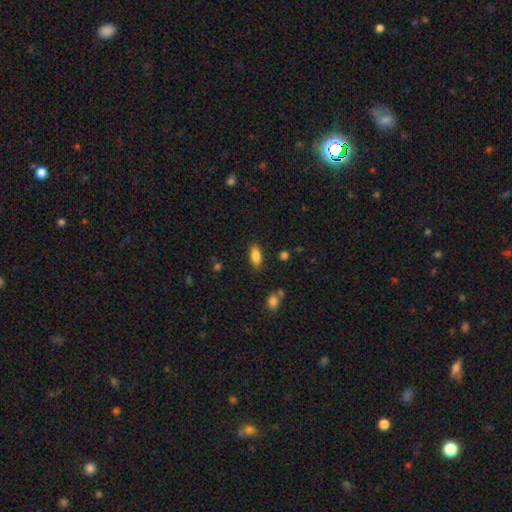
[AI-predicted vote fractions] smooth_or_featured: smooth (p=0.82) [alt: featured or disk p=0.10]
how_rounded: in between (p=0.80) [alt: cigar-shaped p=0.17]
merging: none (p=0.83) [alt: minor disturbance p=0.12]